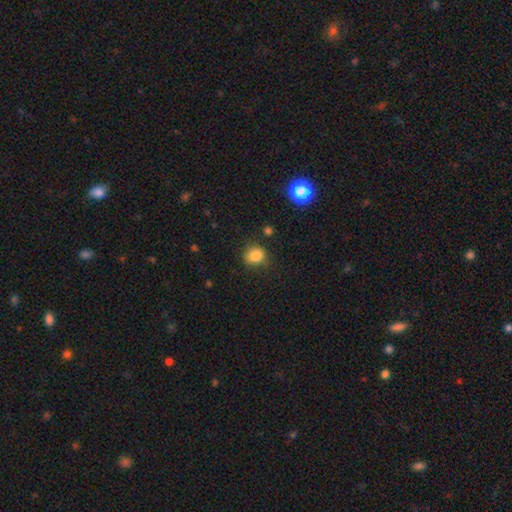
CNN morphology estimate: Smooth or featured: smooth — 84% (star or artifact — 11%)
How rounded: round — 67% (in between — 32%)
Merging: none — 72% (minor disturbance — 19%)